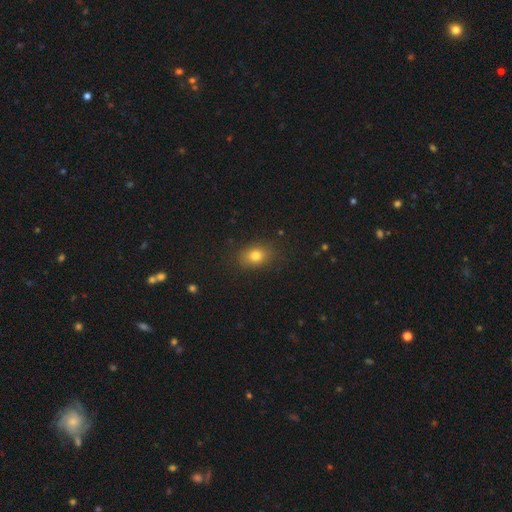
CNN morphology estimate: A smooth galaxy with no disk features (78%) that is in between round and cigar-shaped (65%).

Vote fractions:
- Smooth or featured? smooth: 78% / star or artifact: 12% / featured or disk: 10%
- How rounded? in between: 65% / round: 34% / cigar-shaped: 2%
- Merging? none: 83% / minor disturbance: 12% / major disturbance: 4% / merger: 1%